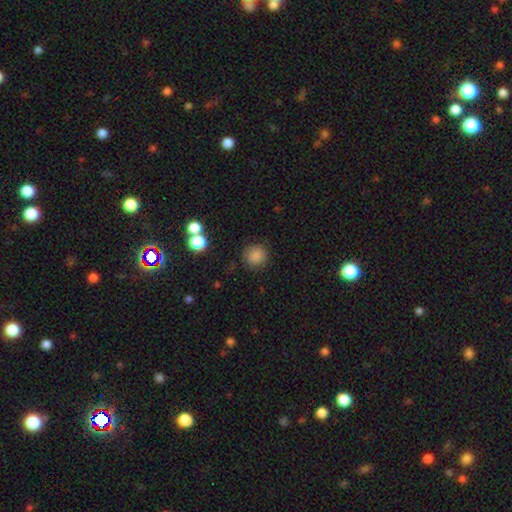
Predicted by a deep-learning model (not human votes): smooth_or_featured: smooth (p=0.84) [alt: star or artifact p=0.12]
how_rounded: round (p=0.92) [alt: in between p=0.07]
merging: none (p=0.84) [alt: minor disturbance p=0.09]